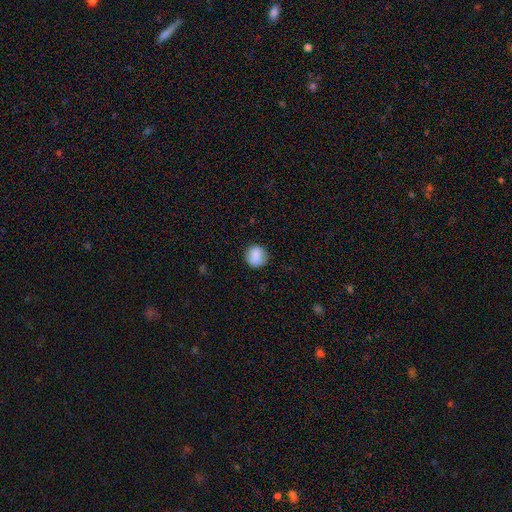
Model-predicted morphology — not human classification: This appears to be a smooth galaxy with no disk features (80%) that is round (86%). Merging: none (84%).